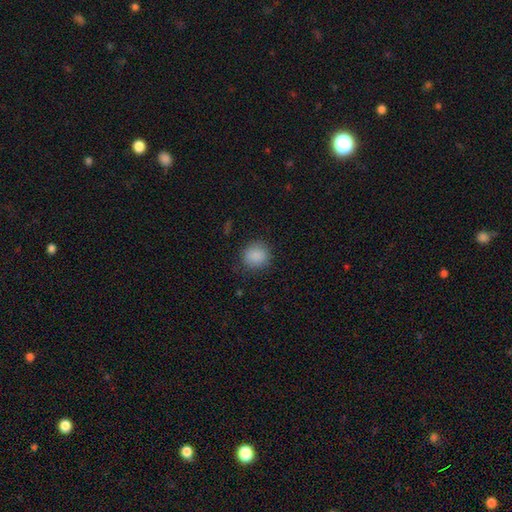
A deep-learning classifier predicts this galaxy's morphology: Smooth or featured? smooth (88%)
How rounded? round (85%)
Merging? none (84%)